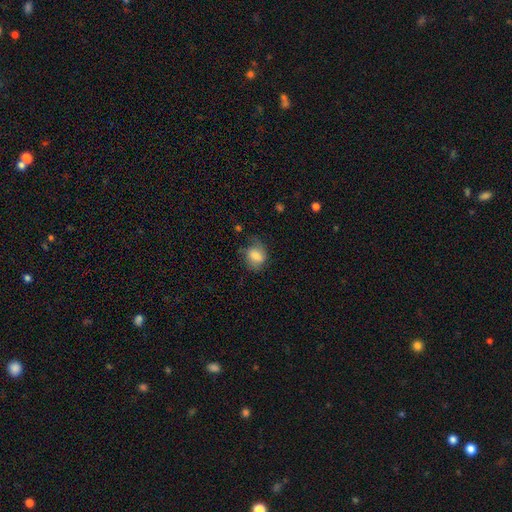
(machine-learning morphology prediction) A smooth galaxy with no disk features (74%) that is in between round and cigar-shaped (58%). Merging: none (55%).